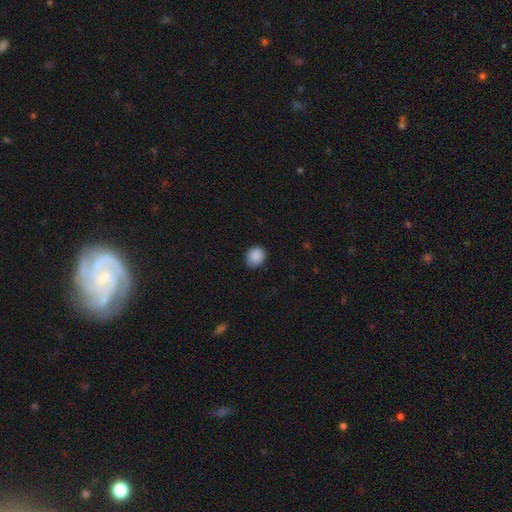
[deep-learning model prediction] A smooth galaxy with no disk features (89%) that is round (74%).

Vote fractions:
- Smooth or featured? smooth: 89% / star or artifact: 8% / featured or disk: 3%
- How rounded? round: 74% / in between: 25% / cigar-shaped: 1%
- Merging? none: 85% / minor disturbance: 12% / major disturbance: 2% / merger: 1%